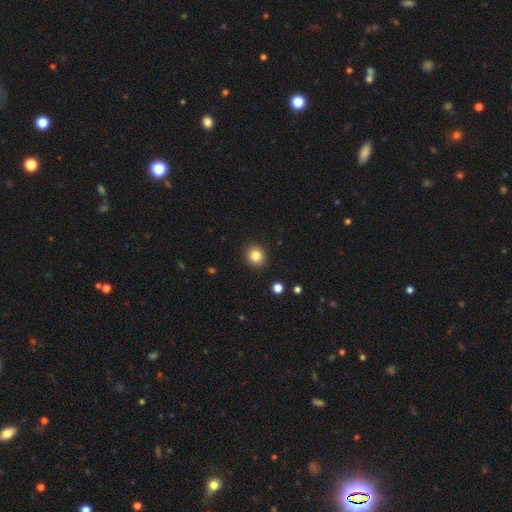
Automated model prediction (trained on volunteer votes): smooth-or-featured: smooth: 84% | star or artifact: 11% | featured or disk: 5%
  how-rounded: round: 88% | in between: 11% | cigar-shaped: 1%
  merging: none: 92% | minor disturbance: 5% | major disturbance: 2% | merger: 1%